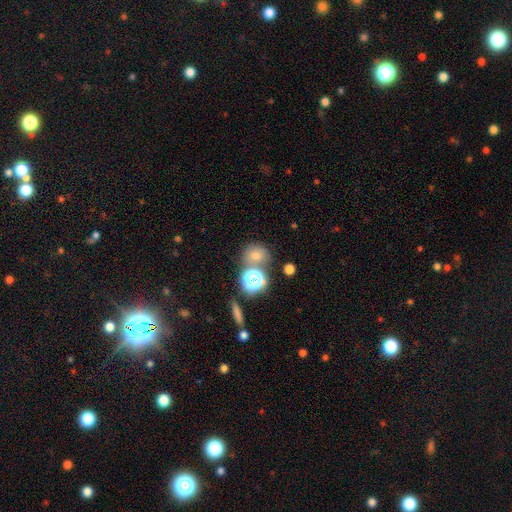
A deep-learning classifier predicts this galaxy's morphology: This is possibly a smooth galaxy (53%). How rounded: likely round (79%). Merging: likely none (68%).